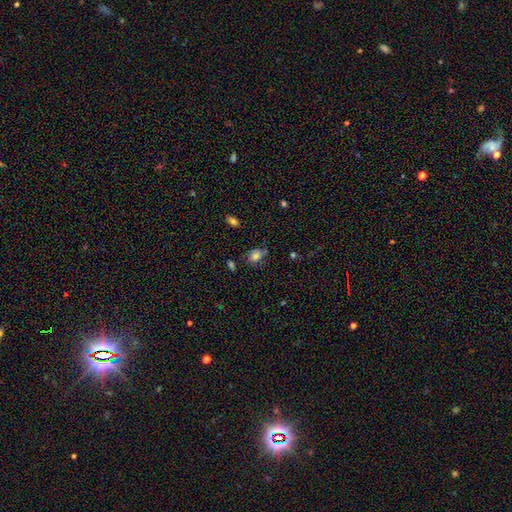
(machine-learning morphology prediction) A smooth galaxy with no disk features (68%) that is in between round and cigar-shaped (56%).

Vote fractions:
- Smooth or featured? smooth: 68% / featured or disk: 20% / star or artifact: 12%
- How rounded? in between: 56% / round: 43% / cigar-shaped: 1%
- Merging? none: 62% / minor disturbance: 25% / major disturbance: 10% / merger: 4%